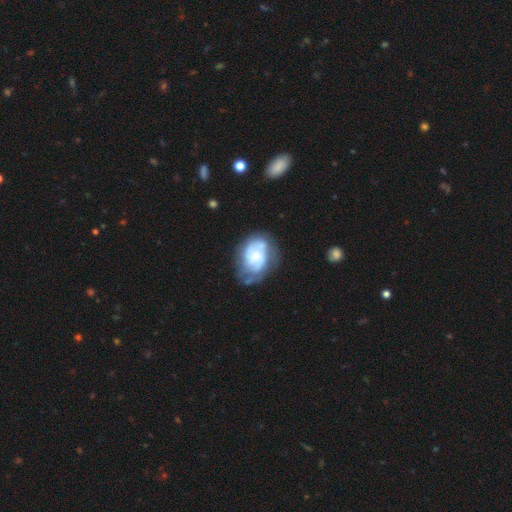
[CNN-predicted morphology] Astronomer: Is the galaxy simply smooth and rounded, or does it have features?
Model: featured or disk — 67%.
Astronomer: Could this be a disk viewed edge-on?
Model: no — 98%.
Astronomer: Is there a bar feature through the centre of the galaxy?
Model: no — 68%.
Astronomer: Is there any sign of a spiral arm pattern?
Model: yes — 79%.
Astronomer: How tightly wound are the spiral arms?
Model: tight — 44% (runner-up: medium, 39%).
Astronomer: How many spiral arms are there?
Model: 2 — 48% (runner-up: can't tell, 31%).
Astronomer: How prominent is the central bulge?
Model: small — 42% (runner-up: moderate, 24%).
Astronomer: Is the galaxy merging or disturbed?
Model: none — 46% (runner-up: minor disturbance, 27%).